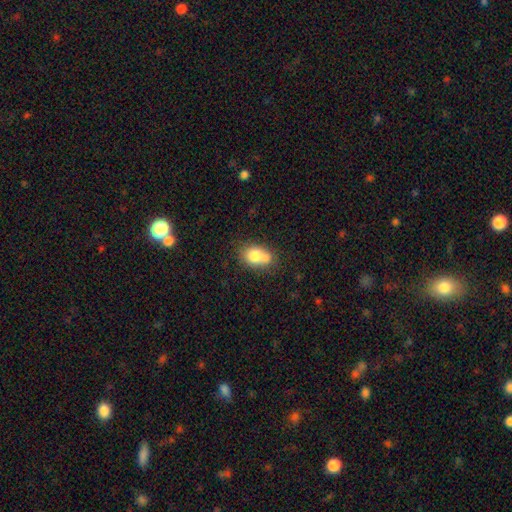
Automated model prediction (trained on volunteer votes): This appears to be a smooth galaxy with no disk features (76%) that is in between round and cigar-shaped (64%). Merging: none (44%).